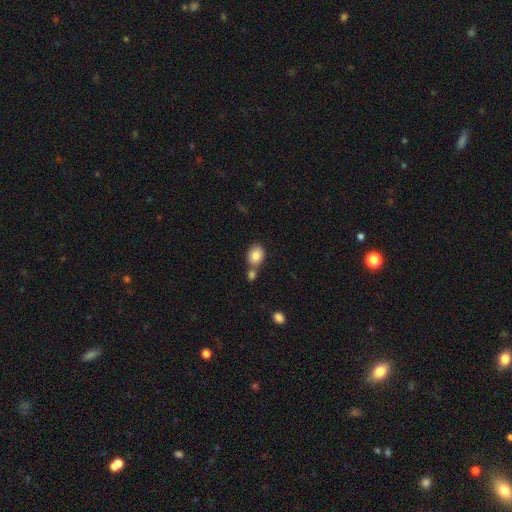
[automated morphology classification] The model was most divided on "how rounded": in between: 50%, round: 49%, cigar-shaped: 1%. More confident: smooth or featured — smooth (83%); merging — none (50%).